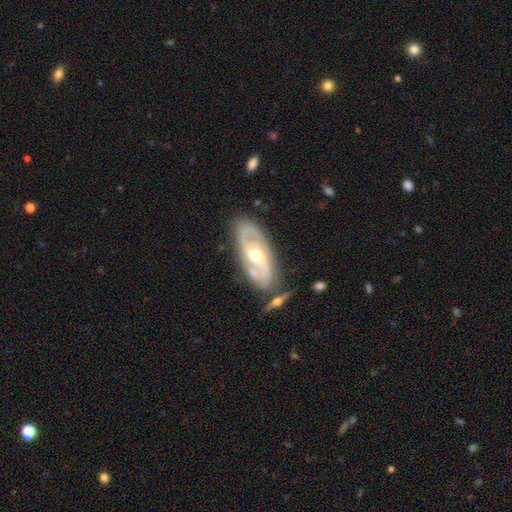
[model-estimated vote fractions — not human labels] Overall: featured or disk (86%). Edge-on disk: no (92%). Bar: weak (44%; no 42%). Spiral arms: yes (95%). Spiral arm count: 2 (88%). Spiral winding: medium (53%; tight 29%). Bulge size: moderate (69%). Merging: none (71%).